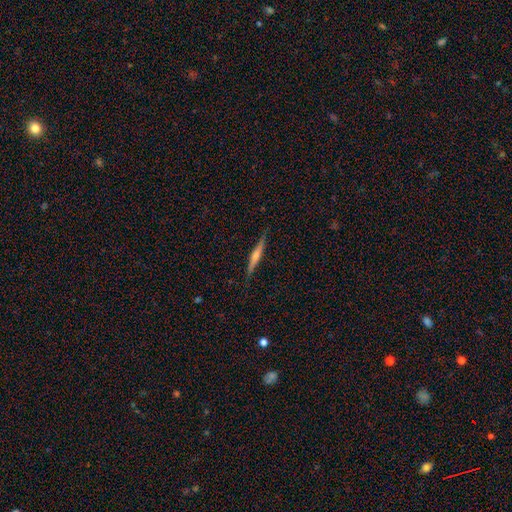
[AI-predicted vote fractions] Smooth or featured: featured or disk — 55% (smooth — 39%)
Edge-on disk: yes — 97% (no — 3%)
Edge-on bulge: rounded — 68% (none — 22%)
Merging: none — 88% (minor disturbance — 10%)